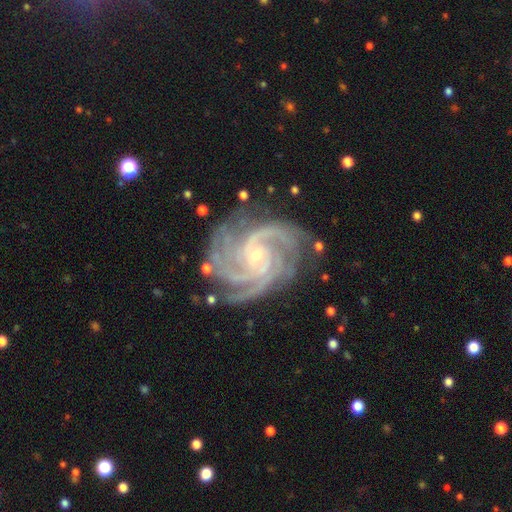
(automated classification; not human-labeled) Smooth or featured? Predicted: featured or disk (p=0.93). Edge-on disk? Predicted: no (p=0.98). Bar? Predicted: no (p=0.62). Spiral arms? Predicted: yes (p=0.99). Spiral winding? Predicted: tight (p=0.68). Spiral arm count? Predicted: 4 (p=0.38). Bulge size? Predicted: small (p=0.78). Merging? Predicted: none (p=0.76).